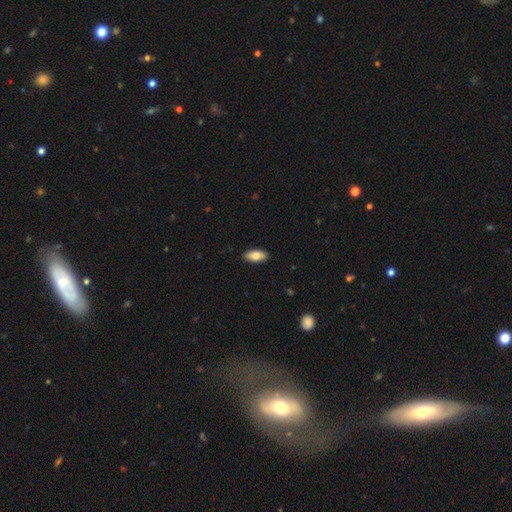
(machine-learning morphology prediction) Smooth or featured? Predicted: smooth (p=0.82). How rounded? Predicted: in between (p=0.90). Merging? Predicted: none (p=0.90).